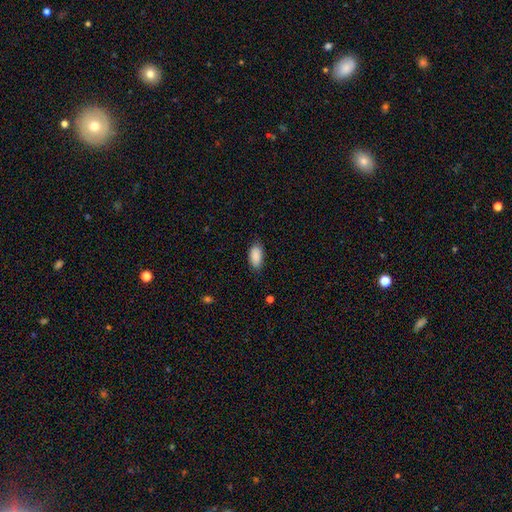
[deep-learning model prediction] Smooth or featured? Predicted: smooth (p=0.90). How rounded? Predicted: in between (p=0.93). Merging? Predicted: none (p=0.81).